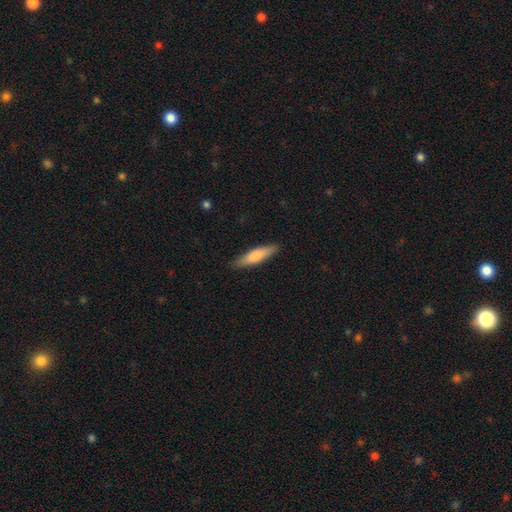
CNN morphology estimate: Smooth or featured?
  - smooth: 74% *
  - featured or disk: 21%
  - star or artifact: 5%
How rounded?
  - cigar-shaped: 75% *
  - in between: 24%
  - round: 2%
Merging?
  - none: 88% *
  - minor disturbance: 9%
  - major disturbance: 2%
  - merger: 1%